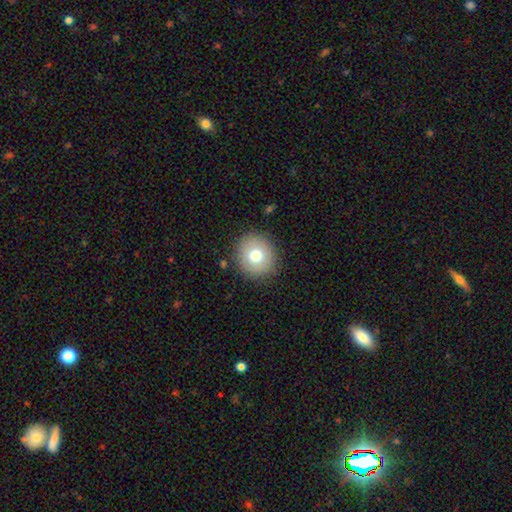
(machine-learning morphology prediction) type=smooth (74%); roundness=round (86%); merging=none (88%).